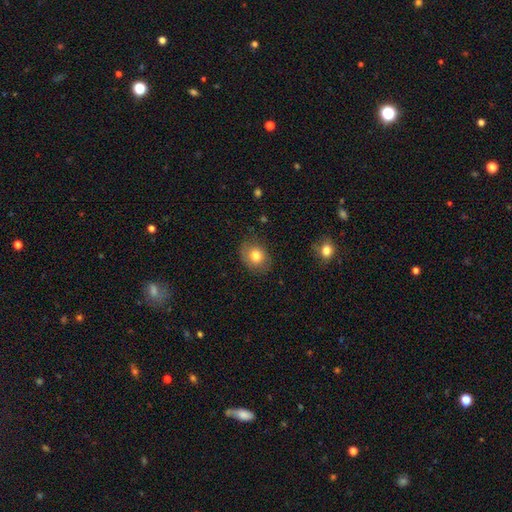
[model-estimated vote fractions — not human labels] Morphology: type=smooth (79%); roundness=in between (50%); merging=none (80%).